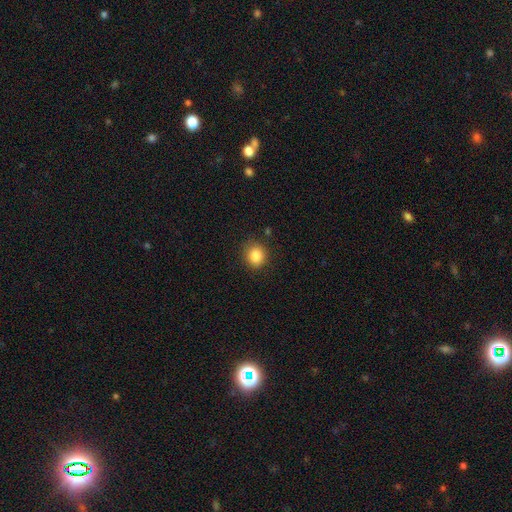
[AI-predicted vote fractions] This is clearly a smooth galaxy (85%). How rounded: clearly round (83%). Merging: clearly none (87%).